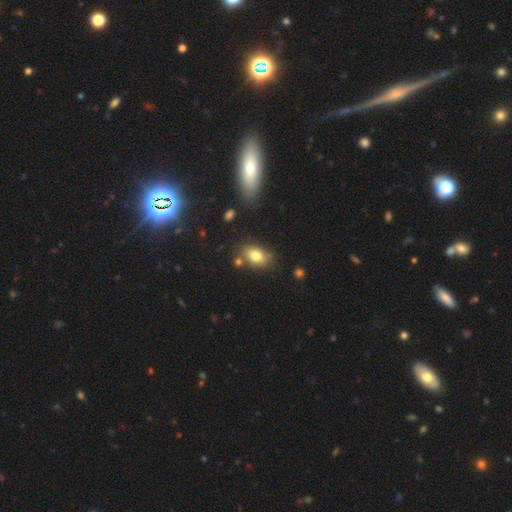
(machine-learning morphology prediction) smooth_or_featured: smooth (p=0.80) [alt: featured or disk p=0.10]
how_rounded: in between (p=0.78) [alt: round p=0.20]
merging: none (p=0.70) [alt: minor disturbance p=0.17]